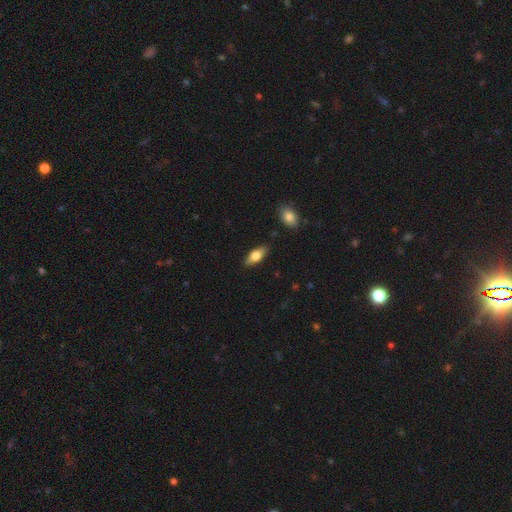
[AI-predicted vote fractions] Morphology: type=smooth (67%); roundness=in between (78%); merging=none (86%).